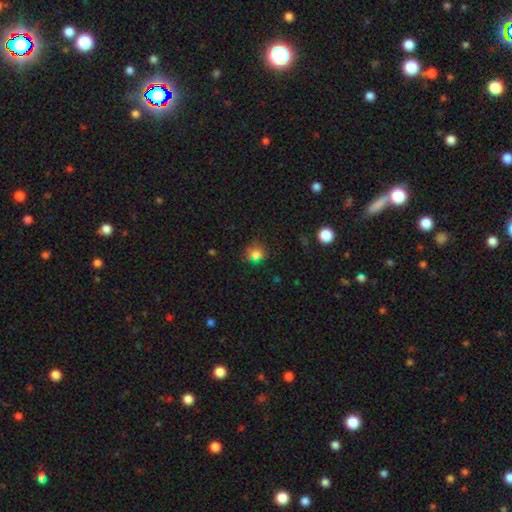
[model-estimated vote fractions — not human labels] Morphology: type=smooth (71%); roundness=round (81%); merging=none (76%).